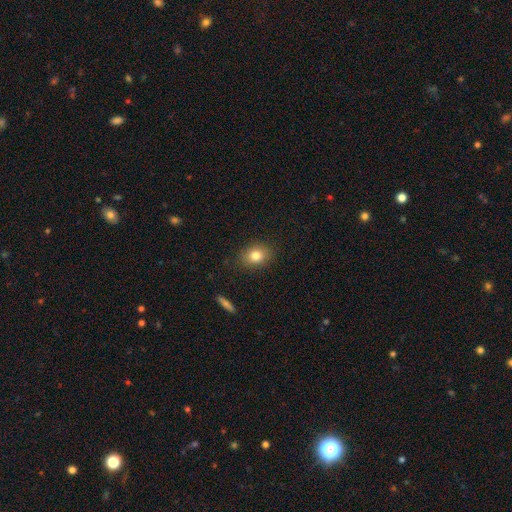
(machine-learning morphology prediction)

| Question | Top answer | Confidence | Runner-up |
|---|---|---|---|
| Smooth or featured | smooth | 81% | star or artifact (10%) |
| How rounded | in between | 60% | round (39%) |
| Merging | none | 86% | minor disturbance (10%) |